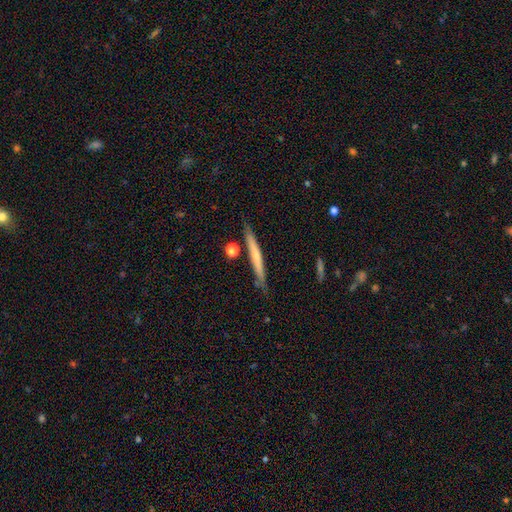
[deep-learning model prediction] Smooth or featured? featured or disk (48%)
Merging? none (83%)